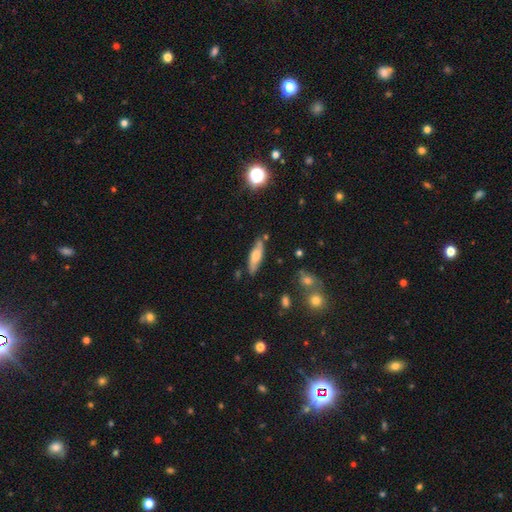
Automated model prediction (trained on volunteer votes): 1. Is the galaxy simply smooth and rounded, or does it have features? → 51% smooth, 42% featured or disk, 7% star or artifact.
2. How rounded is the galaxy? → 56% cigar-shaped, 41% in between, 2% round.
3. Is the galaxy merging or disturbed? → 77% none, 16% minor disturbance, 4% merger, 3% major disturbance.